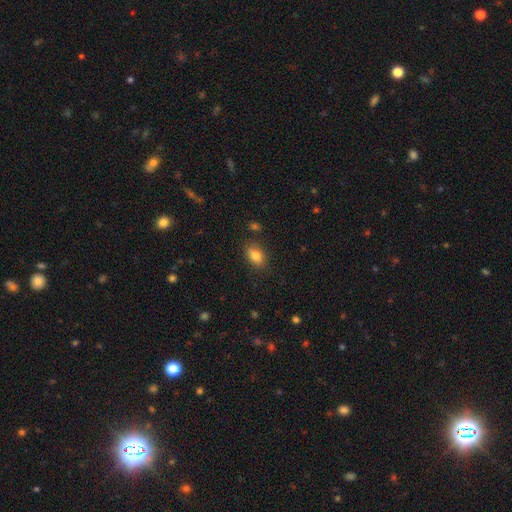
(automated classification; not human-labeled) Smooth or featured? smooth (82%)
How rounded? in between (86%)
Merging? none (83%)